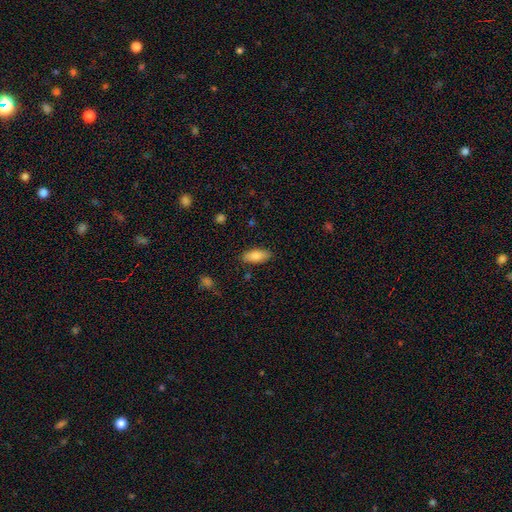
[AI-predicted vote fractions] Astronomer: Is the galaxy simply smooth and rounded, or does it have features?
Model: smooth — 85%.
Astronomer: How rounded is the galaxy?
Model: in between — 82%.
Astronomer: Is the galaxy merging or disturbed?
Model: none — 86%.